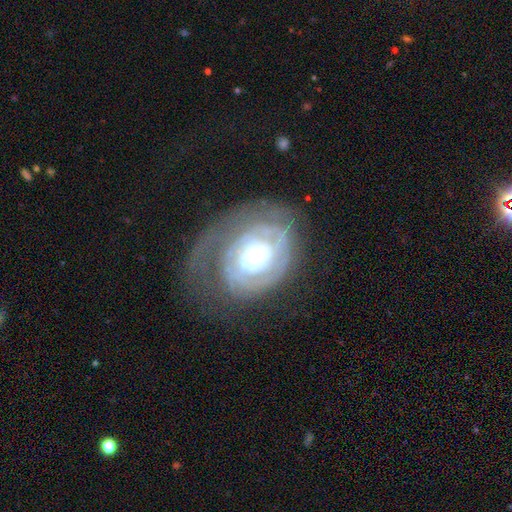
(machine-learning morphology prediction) type=featured or disk (81%); edge-on=no (97%); bar=no (80%); spiral arms=yes (86%); winding=tight (72%); arm count=can't tell (46%); bulge=small (56%); merging=none (51%).